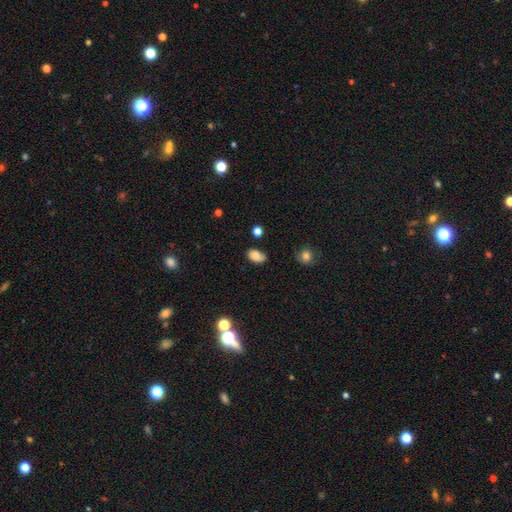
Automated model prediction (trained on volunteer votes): Q: Smooth or featured?
A: smooth (80%); runner-up: star or artifact (10%)
Q: How rounded?
A: in between (89%); runner-up: round (9%)
Q: Merging?
A: none (64%); runner-up: minor disturbance (26%)